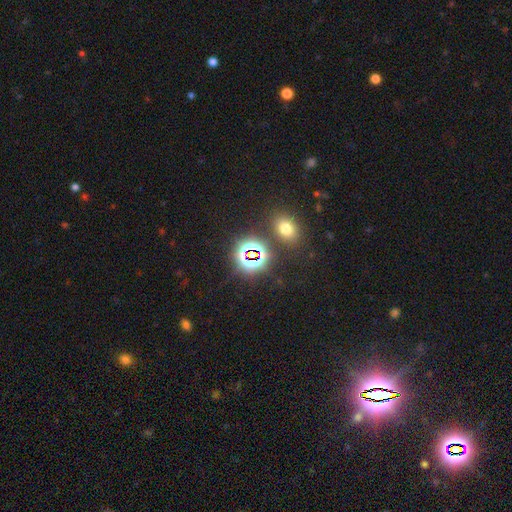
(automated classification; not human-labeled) Overall: star or artifact (64%; smooth 28%).